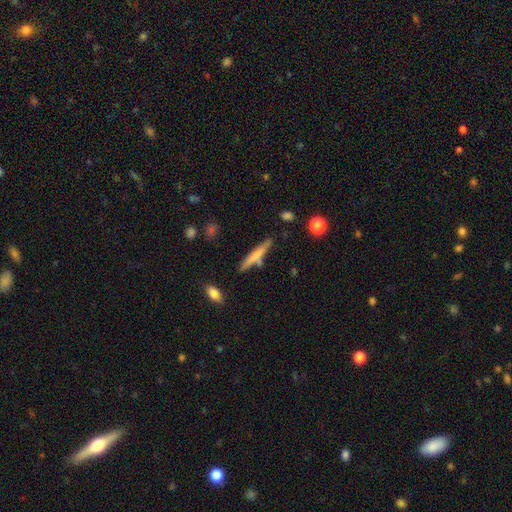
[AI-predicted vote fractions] smooth-or-featured: smooth: 58% | featured or disk: 35% | star or artifact: 7%
  how-rounded: cigar-shaped: 91% | in between: 7% | round: 2%
  merging: none: 73% | minor disturbance: 15% | merger: 9% | major disturbance: 3%